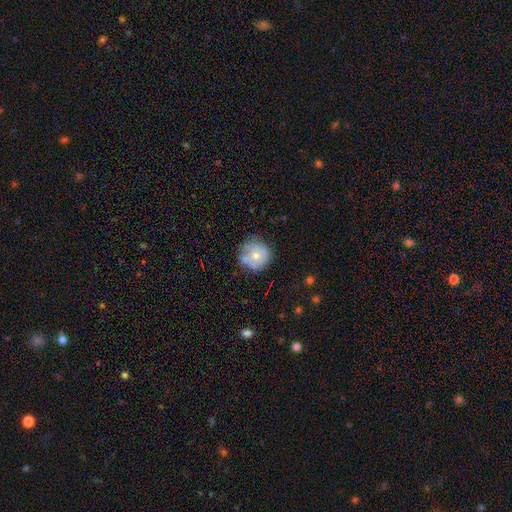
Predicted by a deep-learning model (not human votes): Q: Smooth or featured?
A: smooth (55%); runner-up: featured or disk (37%)
Q: How rounded?
A: round (89%); runner-up: in between (10%)
Q: Merging?
A: none (58%); runner-up: minor disturbance (25%)